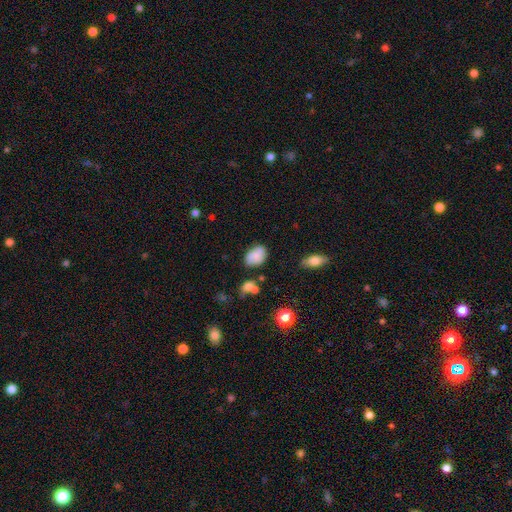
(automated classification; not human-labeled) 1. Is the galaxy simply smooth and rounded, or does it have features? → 76% smooth, 15% featured or disk, 9% star or artifact.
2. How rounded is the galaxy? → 81% in between, 18% round, 1% cigar-shaped.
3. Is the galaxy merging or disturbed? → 66% none, 23% minor disturbance, 6% merger, 5% major disturbance.